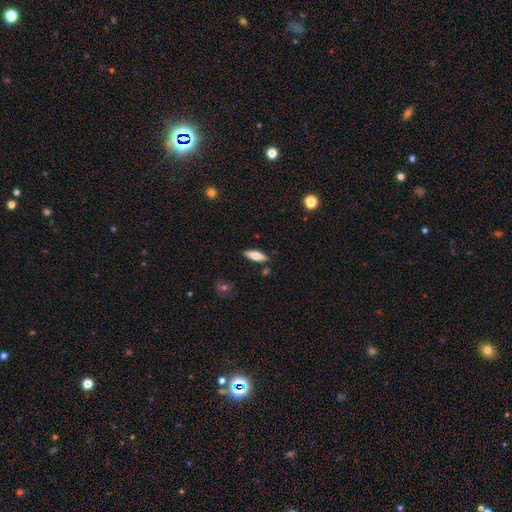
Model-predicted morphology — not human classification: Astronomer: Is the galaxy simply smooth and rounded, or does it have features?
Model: smooth — 68%.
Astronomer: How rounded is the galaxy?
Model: in between — 52% (runner-up: cigar-shaped, 46%).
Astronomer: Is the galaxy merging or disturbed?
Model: none — 85%.